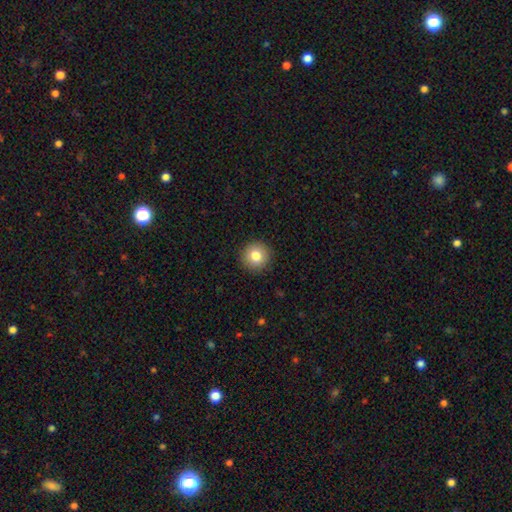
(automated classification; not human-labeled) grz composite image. It shows a smooth galaxy with no disk features (81%) that is round (94%). Merging: none (92%).